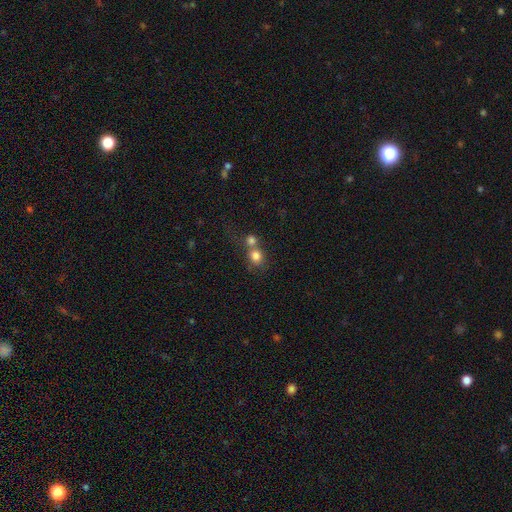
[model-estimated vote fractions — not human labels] Morphology: type=smooth (79%); roundness=round (80%); merging=merger (54%).